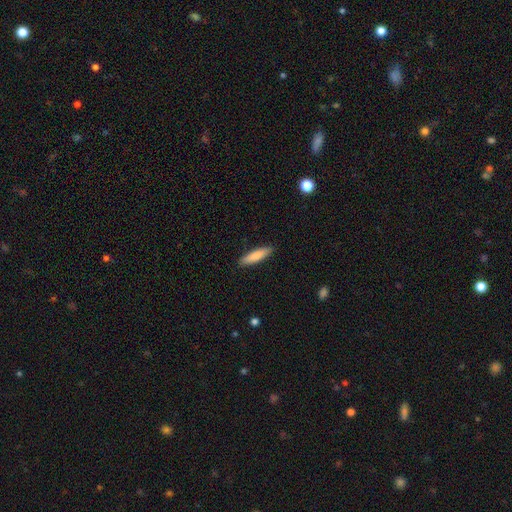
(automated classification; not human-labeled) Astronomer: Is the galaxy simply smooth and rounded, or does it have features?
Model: smooth — 81%.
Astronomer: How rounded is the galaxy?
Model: cigar-shaped — 76%.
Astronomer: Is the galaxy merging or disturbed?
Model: none — 89%.